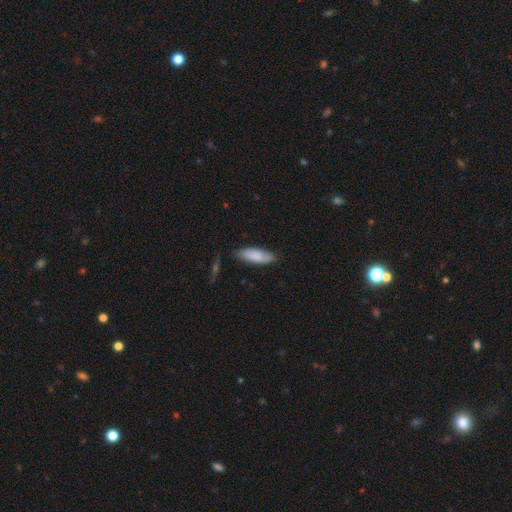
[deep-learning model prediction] This appears to be a smooth galaxy with no disk features (81%) that is in between round and cigar-shaped (63%). Merging: none (76%).